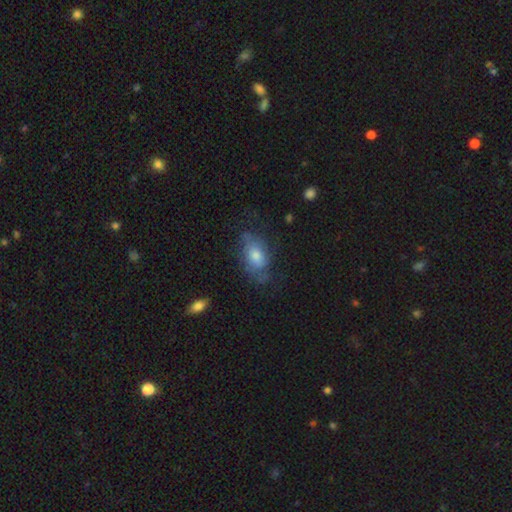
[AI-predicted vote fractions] smooth 53%, featured or disk 38%, star or artifact 8%. Down the decision tree: how rounded — in between (89%); merging — none (57%).